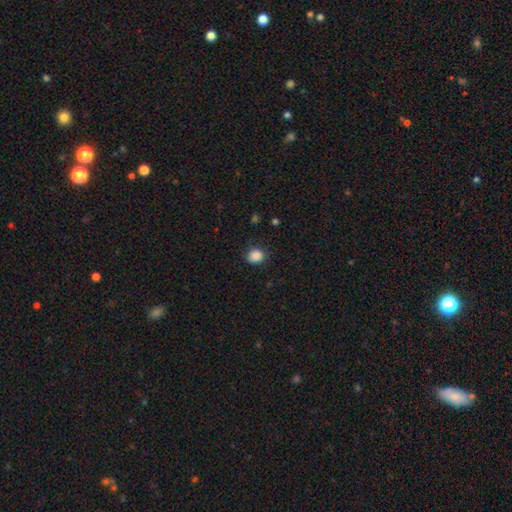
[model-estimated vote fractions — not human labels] This appears to be a smooth galaxy with no disk features (87%) that is round (78%). Merging: none (83%).